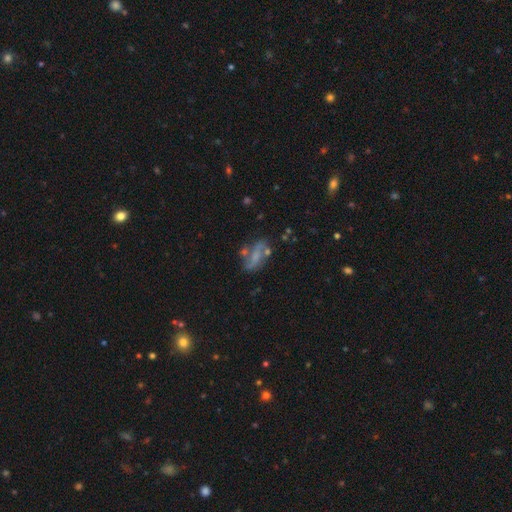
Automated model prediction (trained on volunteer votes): Morphology: type=featured or disk (54%); edge-on=no (88%); merging=none (53%).